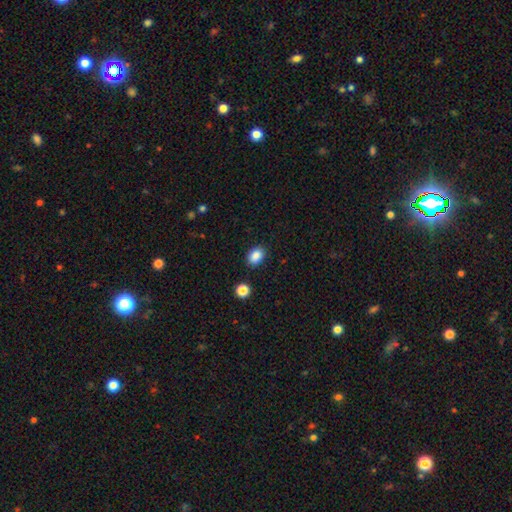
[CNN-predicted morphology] Smooth or featured? Predicted: smooth (p=0.86). How rounded? Predicted: in between (p=0.73). Merging? Predicted: none (p=0.86).